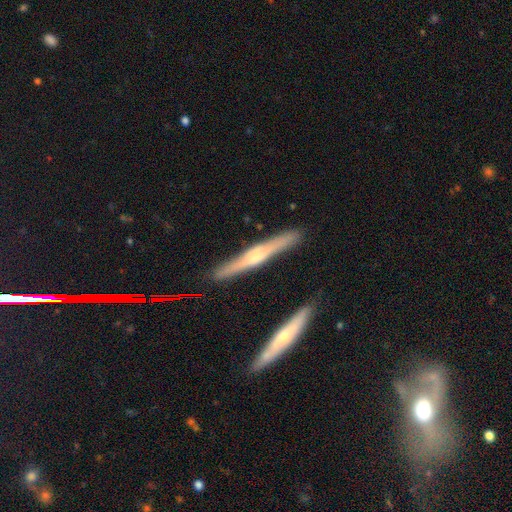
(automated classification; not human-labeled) Q: Smooth or featured?
A: featured or disk (67%); runner-up: smooth (27%)
Q: Edge-on disk?
A: yes (96%); runner-up: no (4%)
Q: Edge-on bulge?
A: rounded (78%); runner-up: none (12%)
Q: Merging?
A: none (88%); runner-up: minor disturbance (8%)